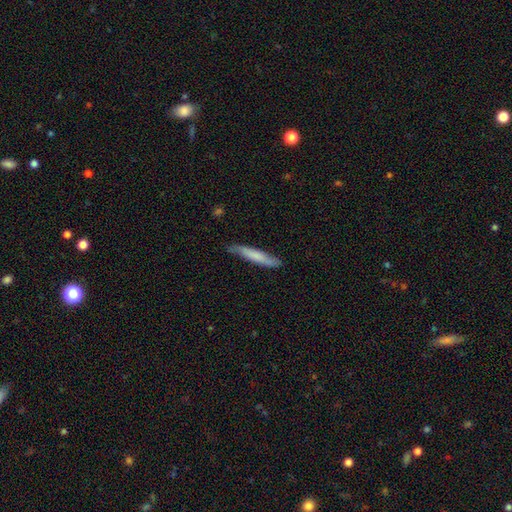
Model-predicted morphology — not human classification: Overall: smooth (66%; featured or disk 29%). How rounded: cigar-shaped (93%). Merging: none (78%).